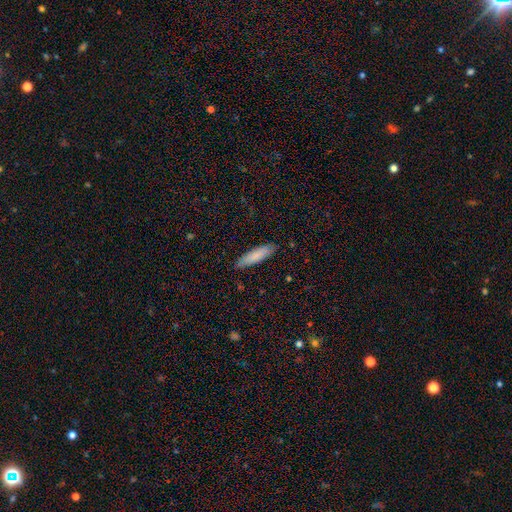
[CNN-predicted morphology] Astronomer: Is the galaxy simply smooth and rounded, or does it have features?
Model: smooth — 82%.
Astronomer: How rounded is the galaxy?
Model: cigar-shaped — 72%.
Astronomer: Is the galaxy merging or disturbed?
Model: none — 86%.